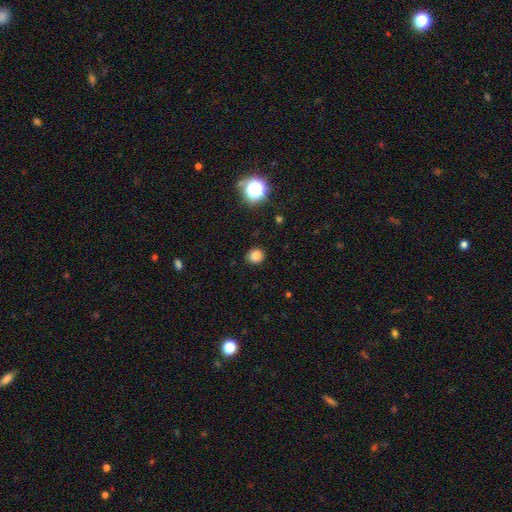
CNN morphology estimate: Overall: smooth (82%). How rounded: round (82%). Merging: none (89%).